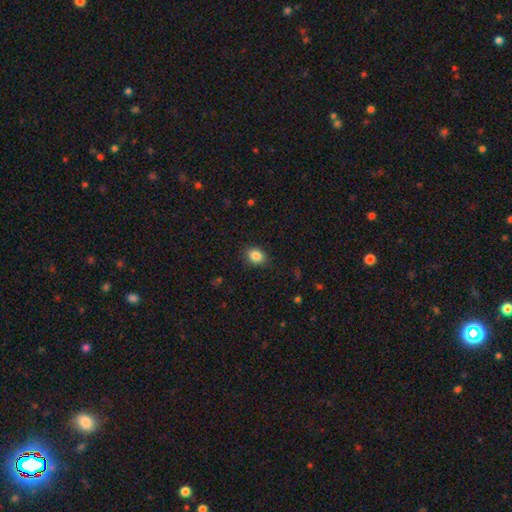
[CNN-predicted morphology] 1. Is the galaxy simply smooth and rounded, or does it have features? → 85% smooth, 10% star or artifact, 5% featured or disk.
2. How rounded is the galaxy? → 56% in between, 43% round, 1% cigar-shaped.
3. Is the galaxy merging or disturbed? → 87% none, 10% minor disturbance, 3% major disturbance, 1% merger.